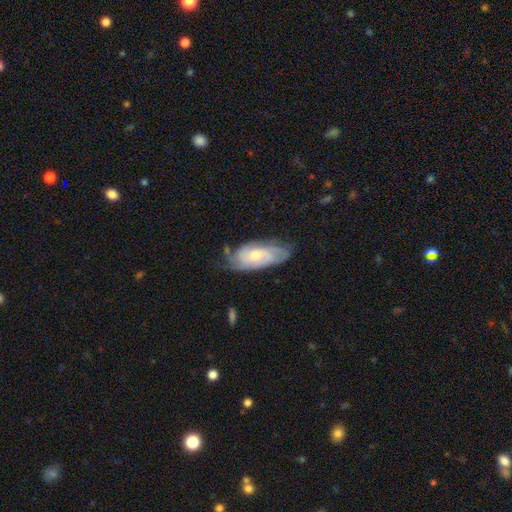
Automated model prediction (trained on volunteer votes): A featured or disk galaxy (72%) with no bar (66%), tight (54%) spiral arms (92%) and a moderate central bulge (48%).

Vote fractions:
- Smooth or featured? featured or disk: 72% / smooth: 22% / star or artifact: 6%
- Edge-on disk? no: 92% / yes: 8%
- Bar? no: 66% / weak: 29% / strong: 5%
- Spiral arms? yes: 92% / no: 8%
- Spiral winding? tight: 54% / medium: 35% / loose: 10%
- Spiral arm count? can't tell: 37% / 2: 25% / 3: 22% / 4: 9% / 1: 4% / more than 4: 4%
- Bulge size? moderate: 48% / small: 46% / large: 3% / none: 2% / dominant: 1%
- Merging? none: 64% / minor disturbance: 26% / major disturbance: 8% / merger: 2%